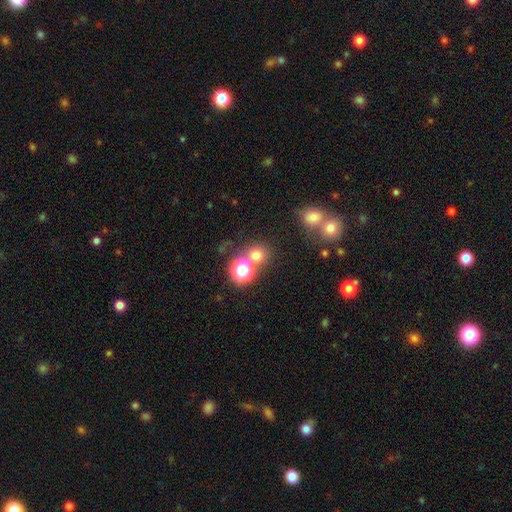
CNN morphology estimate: Smooth or featured: smooth — 69% (star or artifact — 23%)
How rounded: round — 85% (in between — 14%)
Merging: none — 64% (merger — 24%)